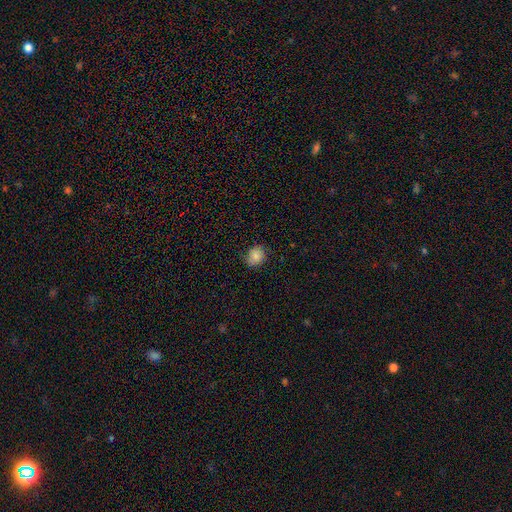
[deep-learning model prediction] smooth 83%, star or artifact 9%, featured or disk 8%. Down the decision tree: how rounded — round (65%); merging — none (77%).